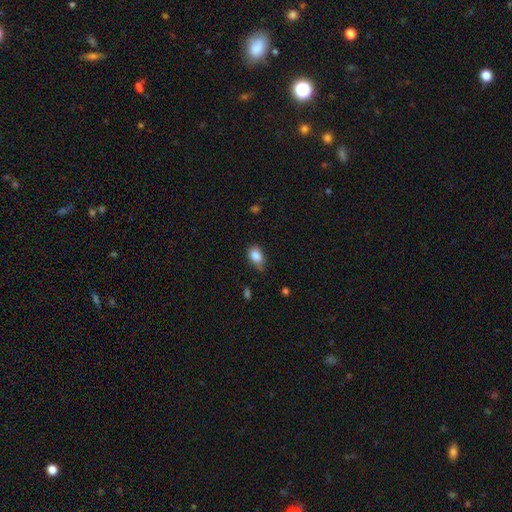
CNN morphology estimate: A smooth galaxy with no disk features (86%) that is in between round and cigar-shaped (83%).

Vote fractions:
- Smooth or featured? smooth: 86% / star or artifact: 8% / featured or disk: 6%
- How rounded? in between: 83% / round: 16% / cigar-shaped: 1%
- Merging? none: 63% / minor disturbance: 31% / major disturbance: 5% / merger: 2%